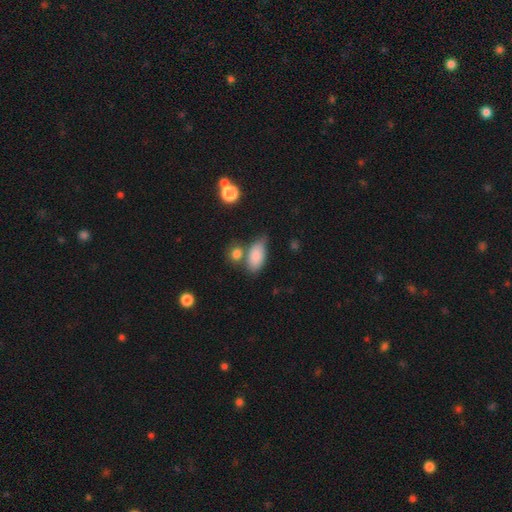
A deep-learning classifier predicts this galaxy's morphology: This is clearly a smooth galaxy (84%). How rounded: clearly in between (89%). Merging: possibly none (49%).